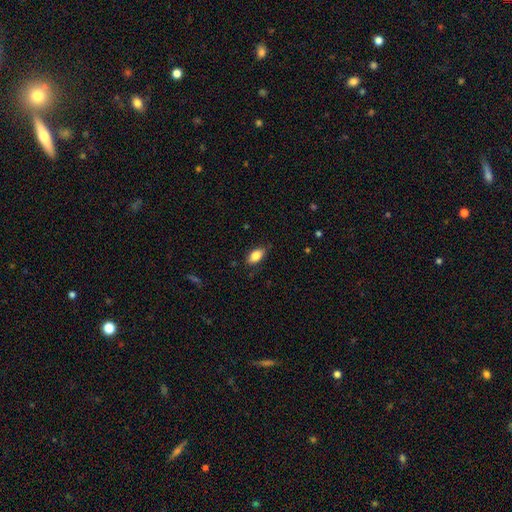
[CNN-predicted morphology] Smooth or featured? Predicted: smooth (p=0.82). How rounded? Predicted: in between (p=0.89). Merging? Predicted: none (p=0.83).